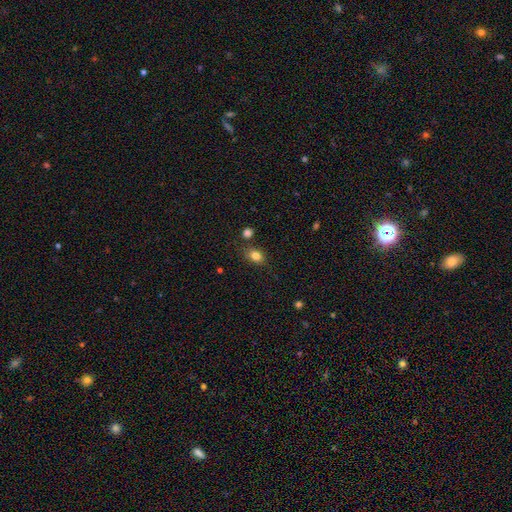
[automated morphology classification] Smooth or featured: smooth — 82% (star or artifact — 11%)
How rounded: in between — 70% (round — 29%)
Merging: none — 76% (minor disturbance — 14%)